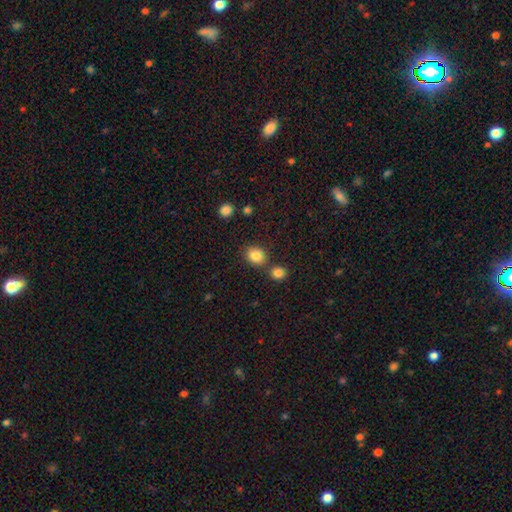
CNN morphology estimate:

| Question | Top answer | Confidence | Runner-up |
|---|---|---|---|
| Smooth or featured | smooth | 85% | star or artifact (10%) |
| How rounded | round | 66% | in between (33%) |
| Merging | none | 74% | merger (14%) |